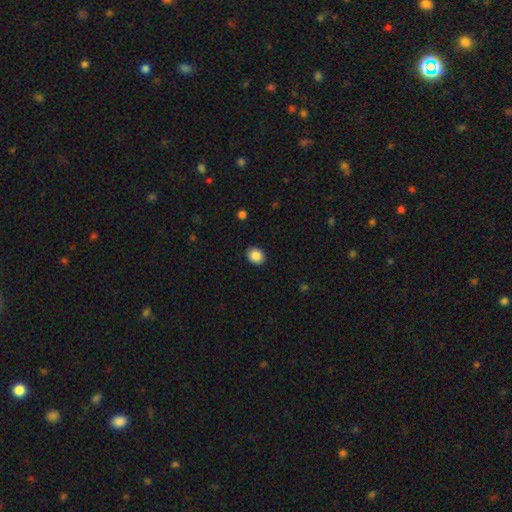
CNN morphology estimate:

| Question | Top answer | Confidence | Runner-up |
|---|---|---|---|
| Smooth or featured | smooth | 88% | star or artifact (9%) |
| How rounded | round | 60% | in between (39%) |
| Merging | none | 90% | minor disturbance (7%) |